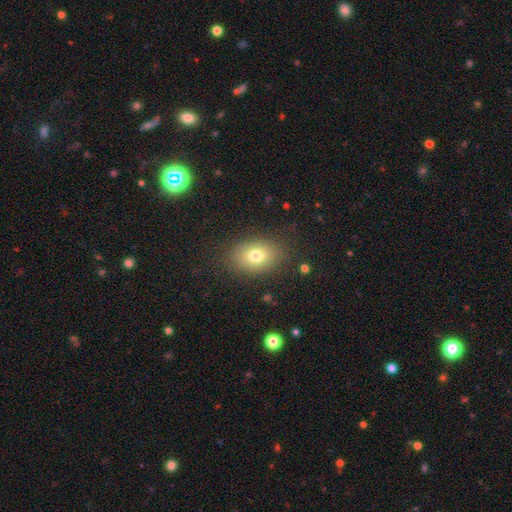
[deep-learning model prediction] smooth-or-featured: smooth: 76% | featured or disk: 14% | star or artifact: 11%
  how-rounded: in between: 75% | round: 23% | cigar-shaped: 1%
  merging: none: 83% | minor disturbance: 12% | major disturbance: 4% | merger: 1%